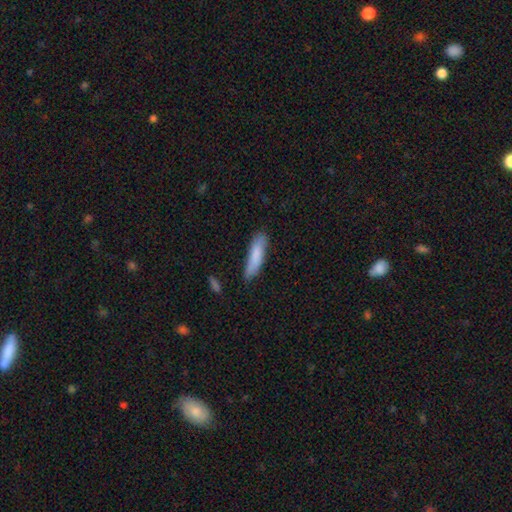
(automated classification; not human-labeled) Smooth or featured: smooth — 82% (featured or disk — 12%)
How rounded: cigar-shaped — 75% (in between — 23%)
Merging: none — 72% (minor disturbance — 22%)